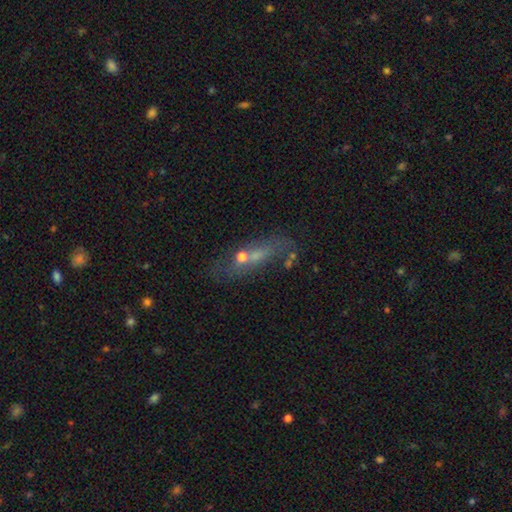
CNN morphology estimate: Smooth or featured? featured or disk (41%)
Merging? none (50%)